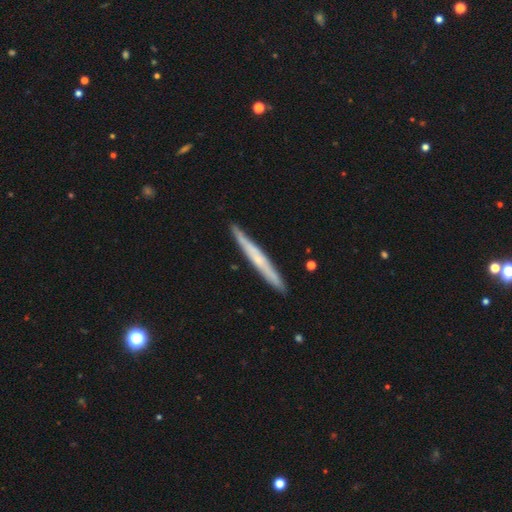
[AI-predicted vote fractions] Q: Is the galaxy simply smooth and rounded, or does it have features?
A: featured or disk — 56%.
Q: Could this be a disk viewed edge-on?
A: yes — 95%.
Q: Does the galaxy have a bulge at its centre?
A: none — 62%.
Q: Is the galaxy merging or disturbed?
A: none — 90%.